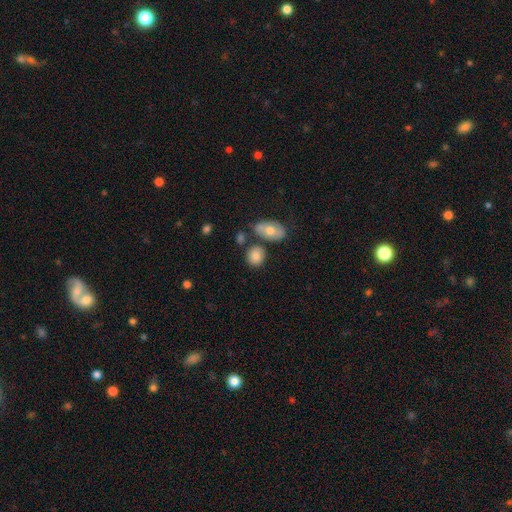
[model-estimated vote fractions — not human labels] Morphology: type=smooth (83%); roundness=round (67%); merging=none (70%).